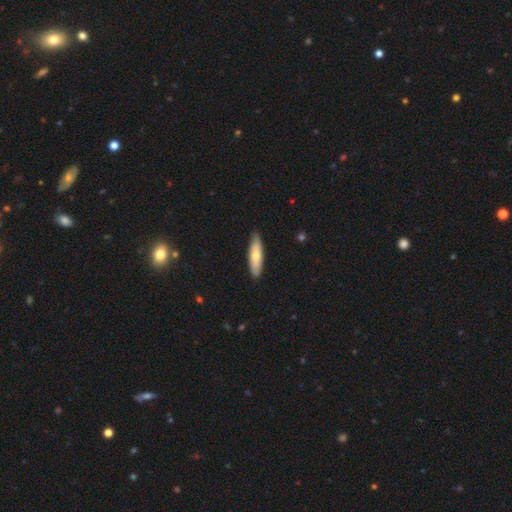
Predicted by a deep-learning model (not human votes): Smooth or featured? smooth (65%)
How rounded? cigar-shaped (65%)
Merging? none (87%)